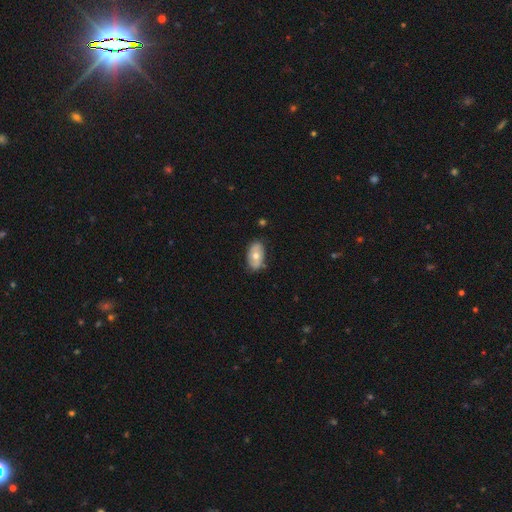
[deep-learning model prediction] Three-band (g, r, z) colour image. It shows a smooth galaxy with no disk features (57%) that is in between round and cigar-shaped (91%). Merging: none (76%).